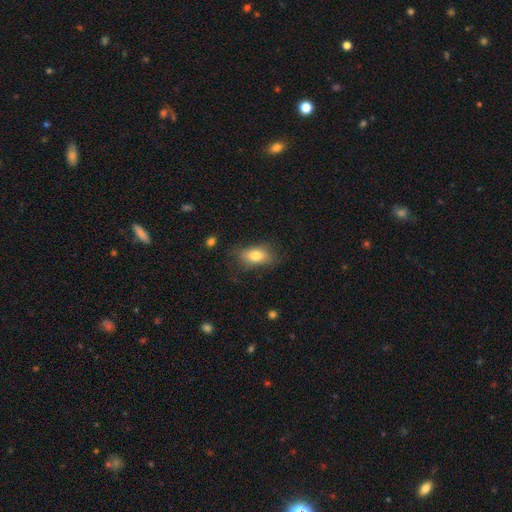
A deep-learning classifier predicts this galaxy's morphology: Overall: smooth (78%). How rounded: in between (87%). Merging: none (70%).